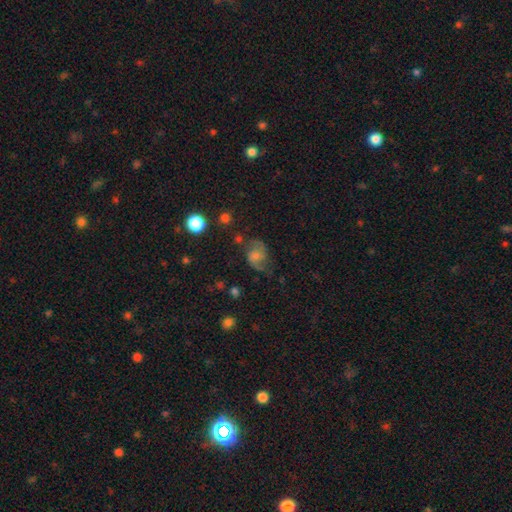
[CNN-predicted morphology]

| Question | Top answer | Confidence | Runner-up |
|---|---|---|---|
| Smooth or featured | featured or disk | 64% | smooth (23%) |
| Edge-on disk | no | 97% | yes (3%) |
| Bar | no | 59% | weak (34%) |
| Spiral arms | yes | 92% | no (8%) |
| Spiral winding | medium | 44% | loose (42%) |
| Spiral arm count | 2 | 87% | can't tell (6%) |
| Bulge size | small | 43% | moderate (37%) |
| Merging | none | 64% | minor disturbance (21%) |